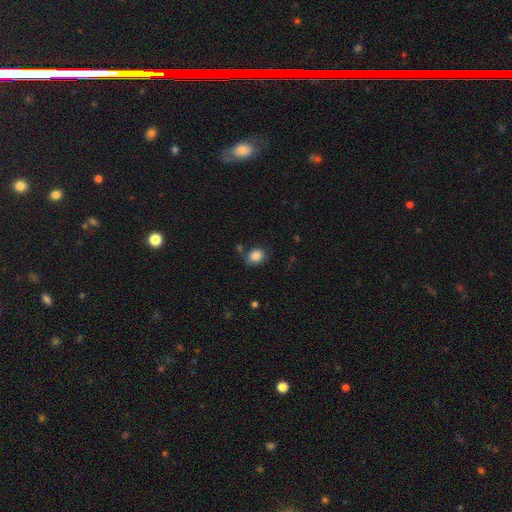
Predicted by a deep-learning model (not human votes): Smooth or featured? Predicted: smooth (p=0.87). How rounded? Predicted: in between (p=0.58). Merging? Predicted: none (p=0.75).